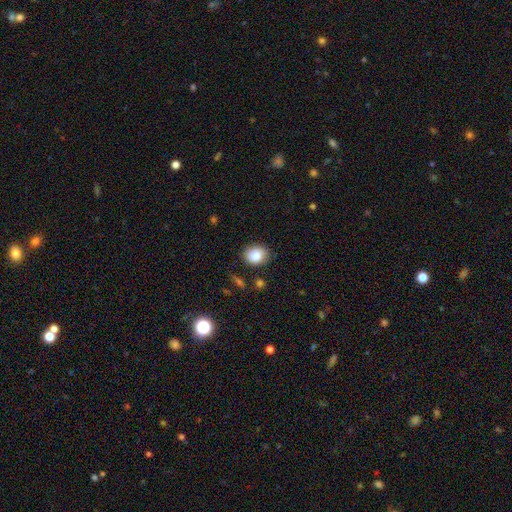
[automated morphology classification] smooth-or-featured: smooth: 85% | star or artifact: 8% | featured or disk: 6%
  how-rounded: round: 56% | in between: 43% | cigar-shaped: 1%
  merging: none: 82% | minor disturbance: 13% | major disturbance: 3% | merger: 2%